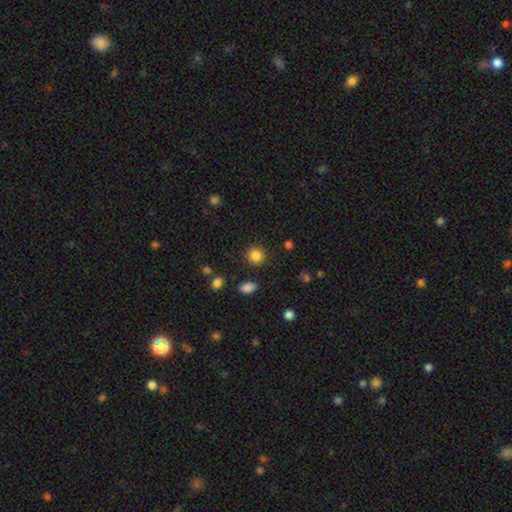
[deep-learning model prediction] smooth-or-featured: smooth: 85% | star or artifact: 11% | featured or disk: 5%
  how-rounded: round: 89% | in between: 10% | cigar-shaped: 1%
  merging: none: 89% | minor disturbance: 7% | major disturbance: 2% | merger: 2%